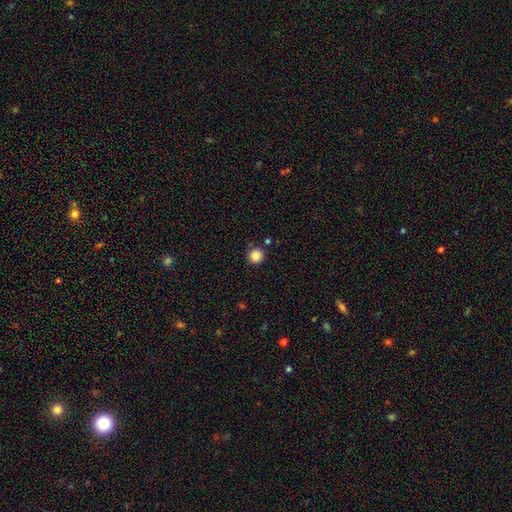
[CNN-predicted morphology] Smooth or featured: smooth — 87% (star or artifact — 10%)
How rounded: round — 94% (in between — 5%)
Merging: none — 86% (minor disturbance — 8%)